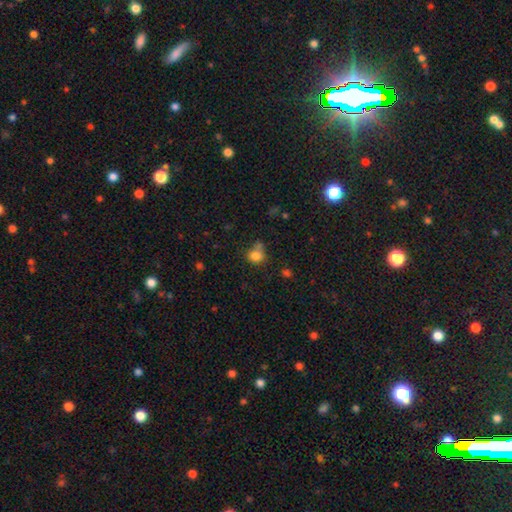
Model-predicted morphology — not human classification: smooth 80%, star or artifact 13%, featured or disk 7%. Down the decision tree: how rounded — round (71%); merging — none (52%).